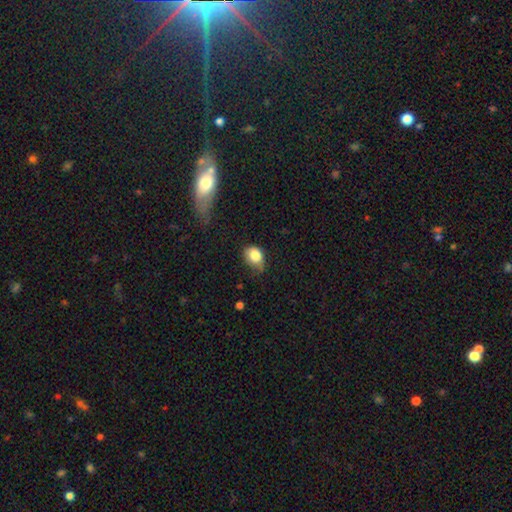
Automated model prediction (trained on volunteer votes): Smooth or featured: smooth — 82% (featured or disk — 9%)
How rounded: in between — 60% (round — 39%)
Merging: minor disturbance — 42% (none — 41%)